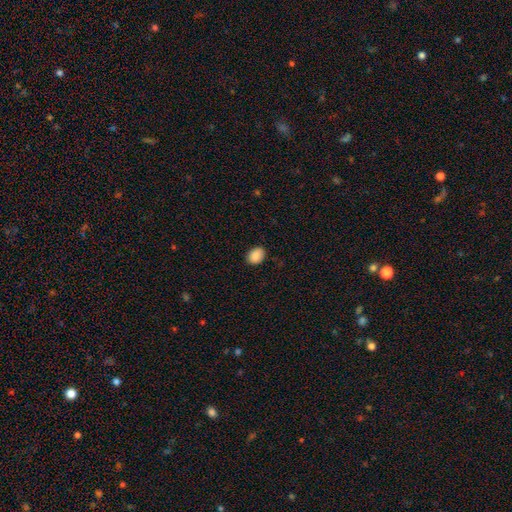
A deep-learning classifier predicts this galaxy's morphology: Smooth or featured?
  - smooth: 89% *
  - star or artifact: 8%
  - featured or disk: 4%
How rounded?
  - in between: 70% *
  - round: 29%
  - cigar-shaped: 1%
Merging?
  - none: 87% *
  - minor disturbance: 10%
  - major disturbance: 2%
  - merger: 1%